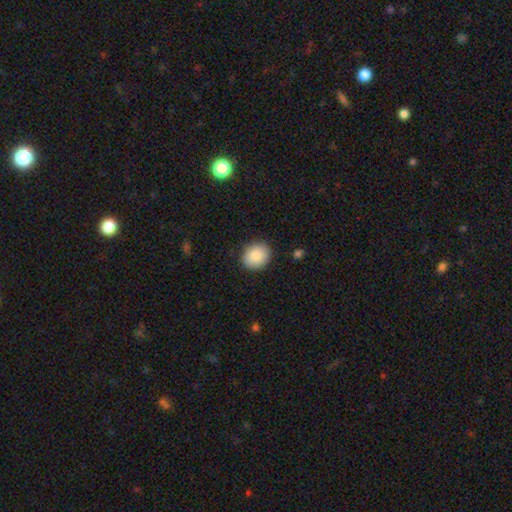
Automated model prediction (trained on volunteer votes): The model was most divided on "how rounded": round: 65%, in between: 34%, cigar-shaped: 1%. More confident: merging — none (88%); smooth or featured — smooth (87%).